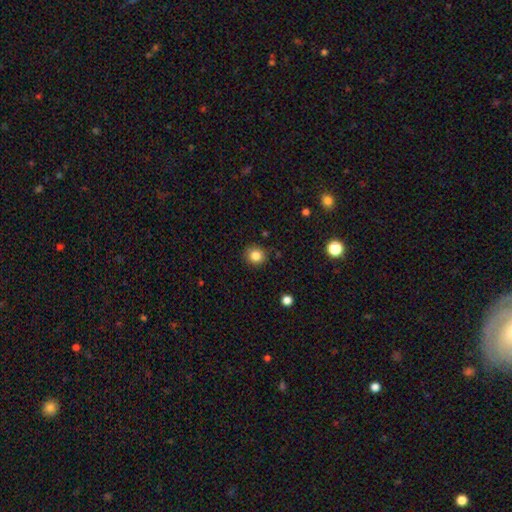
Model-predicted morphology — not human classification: smooth-or-featured: smooth: 84% | star or artifact: 11% | featured or disk: 5%
  how-rounded: round: 84% | in between: 15% | cigar-shaped: 1%
  merging: none: 88% | minor disturbance: 9% | major disturbance: 2% | merger: 1%